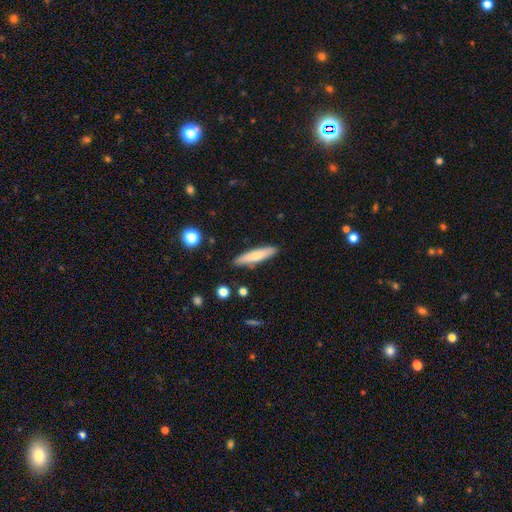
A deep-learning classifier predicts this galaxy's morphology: smooth 68%, featured or disk 26%, star or artifact 6%. Down the decision tree: how rounded — cigar-shaped (83%); merging — none (87%).